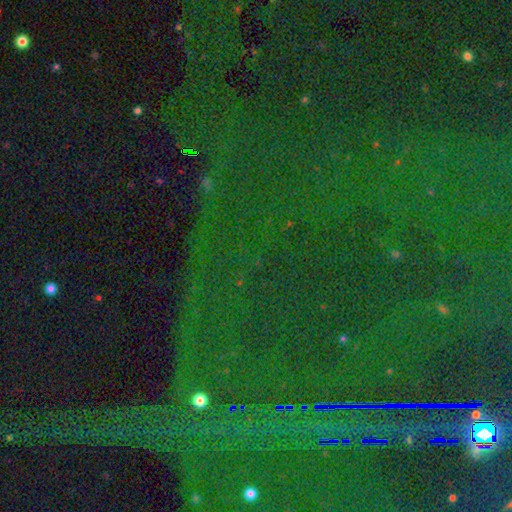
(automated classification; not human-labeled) smooth-or-featured: star or artifact: 83% | smooth: 9% | featured or disk: 8%